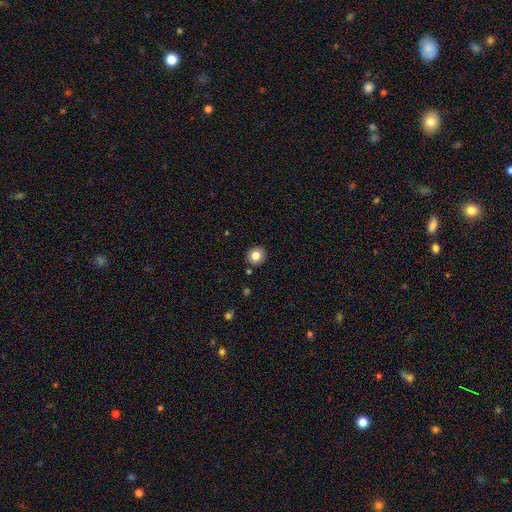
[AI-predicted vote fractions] smooth 83%, star or artifact 10%, featured or disk 7%. Down the decision tree: how rounded — round (90%); merging — none (90%).